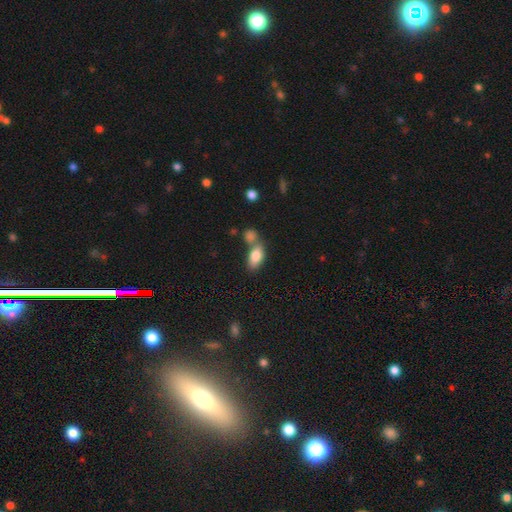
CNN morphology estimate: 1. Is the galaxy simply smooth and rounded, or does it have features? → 81% smooth, 11% featured or disk, 7% star or artifact.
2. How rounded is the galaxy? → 89% in between, 6% cigar-shaped, 5% round.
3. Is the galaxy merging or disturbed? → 44% none, 39% merger, 12% minor disturbance, 5% major disturbance.